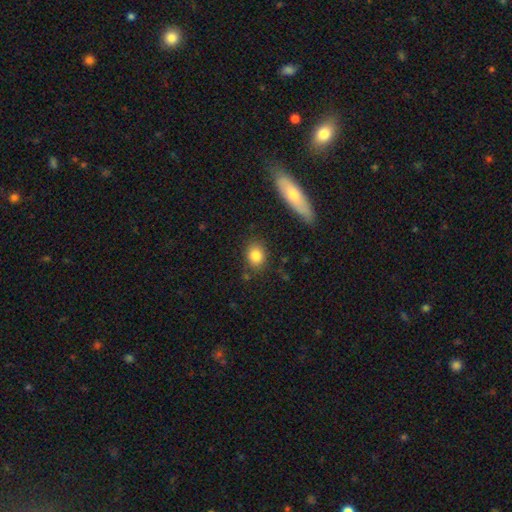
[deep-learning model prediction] Smooth or featured: smooth — 83% (star or artifact — 9%)
How rounded: round — 53% (in between — 45%)
Merging: none — 83% (minor disturbance — 11%)